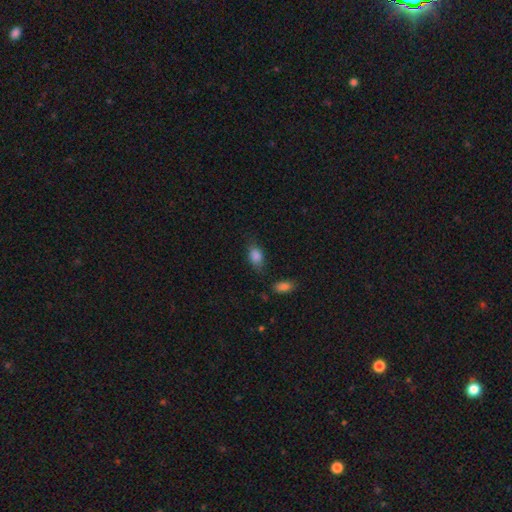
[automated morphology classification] Smooth or featured? smooth (85%)
How rounded? in between (84%)
Merging? none (66%)